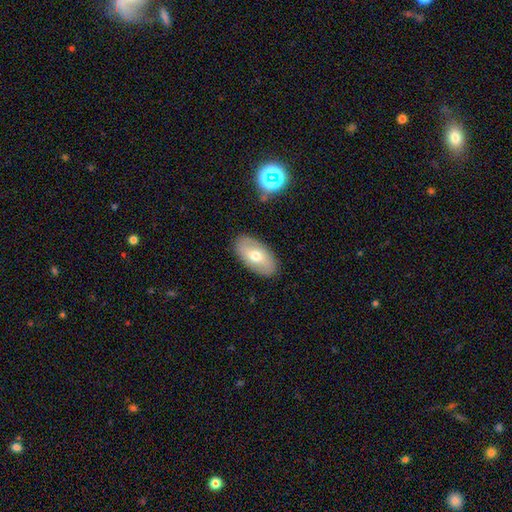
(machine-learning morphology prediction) Smooth or featured: smooth — 55% (featured or disk — 37%)
How rounded: in between — 93% (round — 5%)
Merging: none — 87% (minor disturbance — 10%)